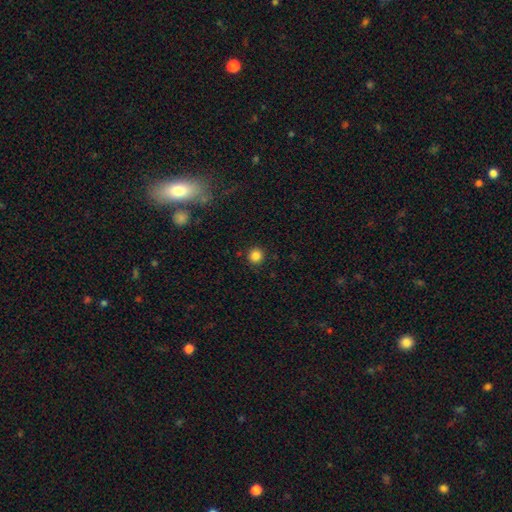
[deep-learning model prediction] The model was most divided on "smooth or featured": smooth: 85%, star or artifact: 12%, featured or disk: 3%. More confident: how rounded — round (93%); merging — none (91%).